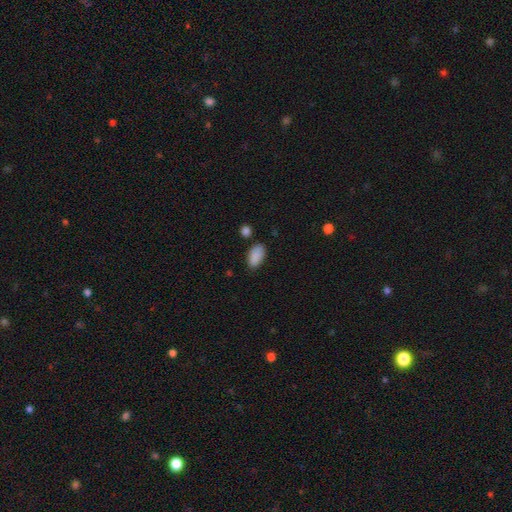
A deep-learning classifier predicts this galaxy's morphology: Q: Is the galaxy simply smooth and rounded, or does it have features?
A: smooth — 89%.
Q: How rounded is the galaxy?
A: in between — 94%.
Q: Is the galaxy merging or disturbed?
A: none — 79%.